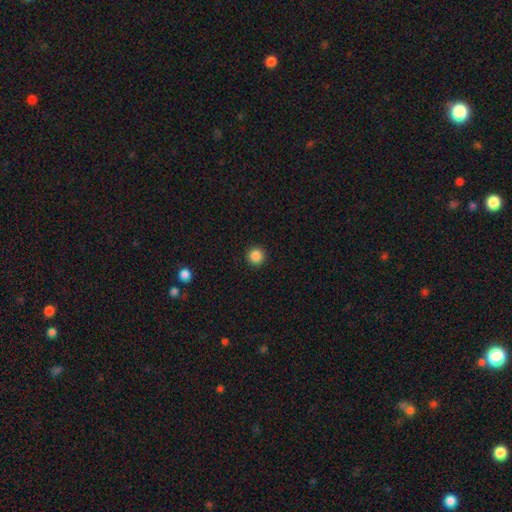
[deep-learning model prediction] The model was most divided on "smooth or featured": smooth: 86%, star or artifact: 11%, featured or disk: 3%. More confident: how rounded — round (96%); merging — none (93%).